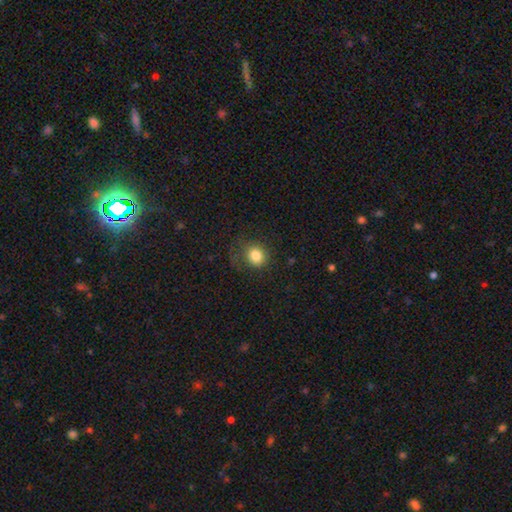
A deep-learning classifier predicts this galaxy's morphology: type=smooth (82%); roundness=round (77%); merging=none (71%).